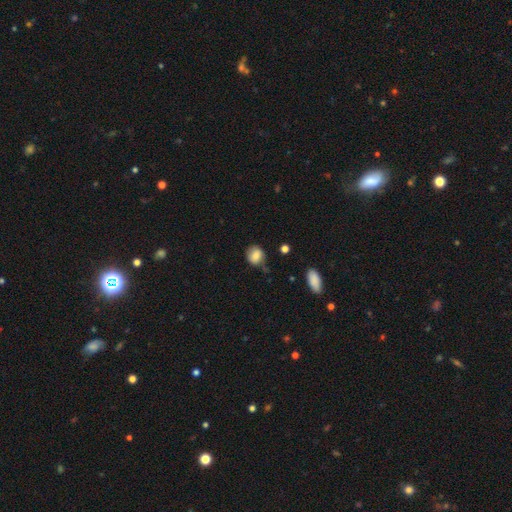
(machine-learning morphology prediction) type=smooth (80%); roundness=round (74%); merging=none (68%).